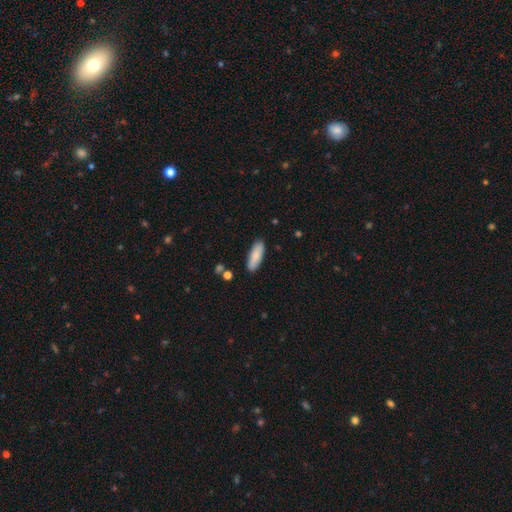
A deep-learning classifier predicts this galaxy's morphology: Smooth or featured?
  - smooth: 85% *
  - featured or disk: 9%
  - star or artifact: 6%
How rounded?
  - in between: 63% *
  - cigar-shaped: 36%
  - round: 2%
Merging?
  - none: 86% *
  - minor disturbance: 10%
  - major disturbance: 2%
  - merger: 2%